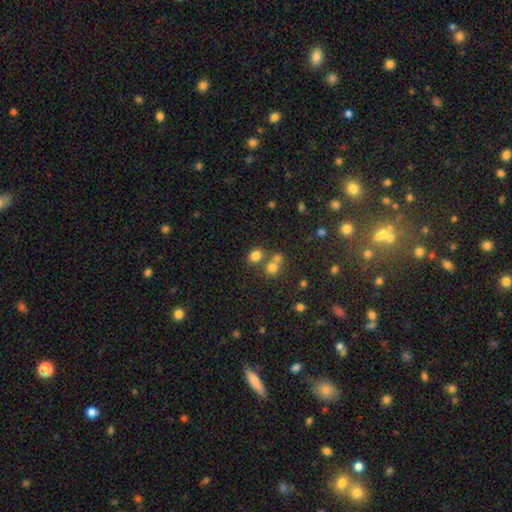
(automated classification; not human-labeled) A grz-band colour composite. It shows a smooth galaxy with no disk features (76%) that is round (69%). Merging: none (60%).